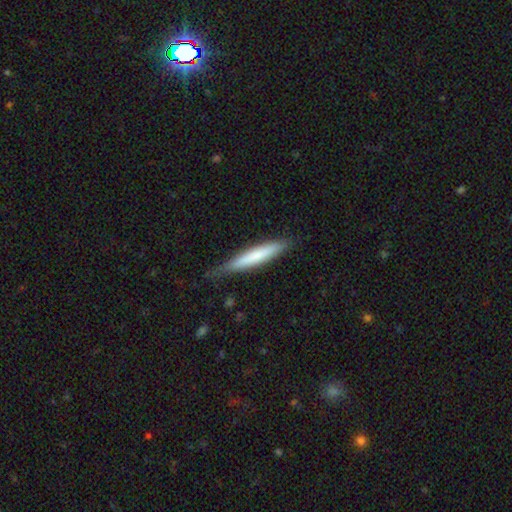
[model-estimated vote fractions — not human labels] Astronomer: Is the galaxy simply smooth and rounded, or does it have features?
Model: smooth — 65%.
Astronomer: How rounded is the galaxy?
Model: cigar-shaped — 93%.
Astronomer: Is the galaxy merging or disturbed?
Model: none — 75%.